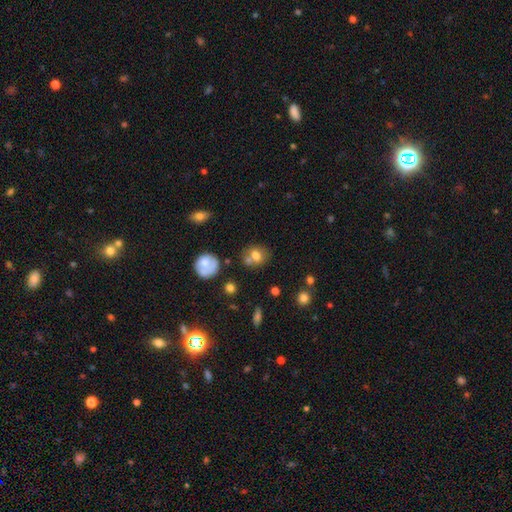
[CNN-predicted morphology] A smooth galaxy with no disk features (71%) that is round (69%).

Vote fractions:
- Smooth or featured? smooth: 71% / featured or disk: 17% / star or artifact: 13%
- How rounded? round: 69% / in between: 30% / cigar-shaped: 1%
- Merging? none: 55% / merger: 26% / minor disturbance: 14% / major disturbance: 5%